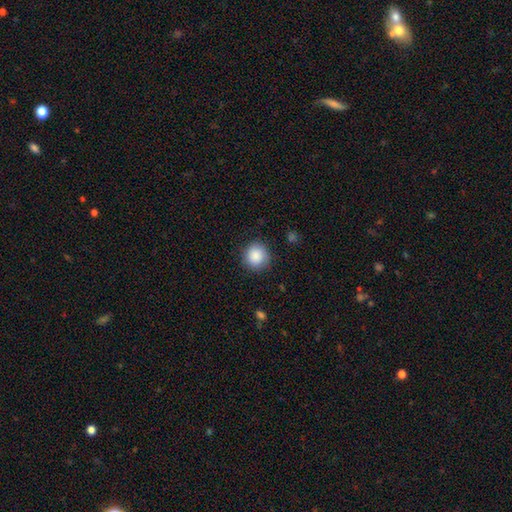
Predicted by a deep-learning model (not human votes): Overall: smooth (88%). How rounded: round (91%). Merging: none (87%).